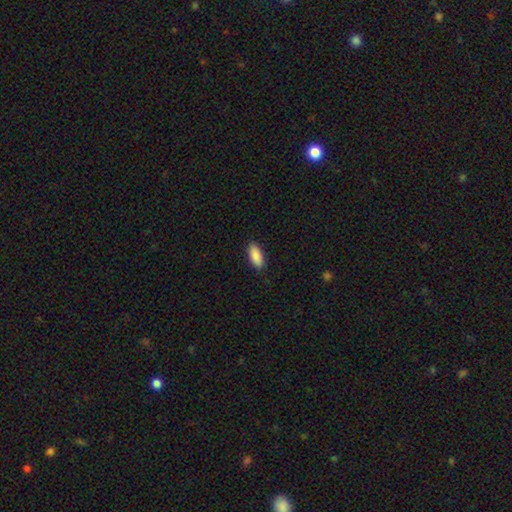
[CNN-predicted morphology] smooth 90%, star or artifact 6%, featured or disk 4%. Down the decision tree: how rounded — in between (85%); merging — none (88%).